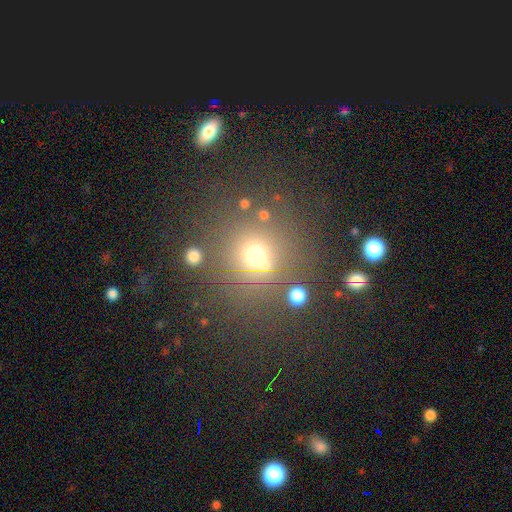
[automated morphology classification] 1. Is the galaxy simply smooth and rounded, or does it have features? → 64% smooth, 25% star or artifact, 11% featured or disk.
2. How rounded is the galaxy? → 90% round, 9% in between, 1% cigar-shaped.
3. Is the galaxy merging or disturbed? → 73% none, 11% minor disturbance, 9% merger, 7% major disturbance.